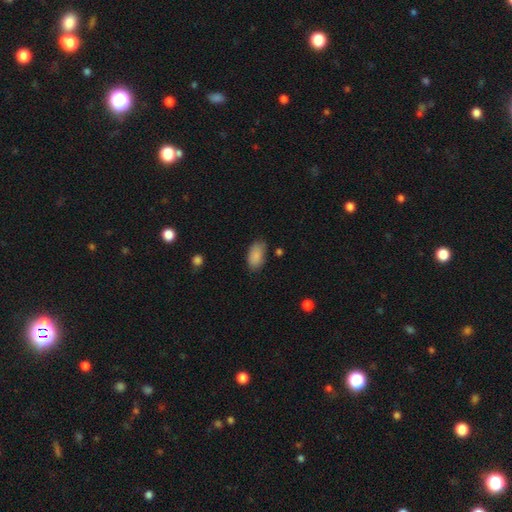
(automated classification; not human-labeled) smooth_or_featured: smooth (p=0.88) [alt: star or artifact p=0.07]
how_rounded: in between (p=0.93) [alt: round p=0.04]
merging: none (p=0.73) [alt: minor disturbance p=0.21]